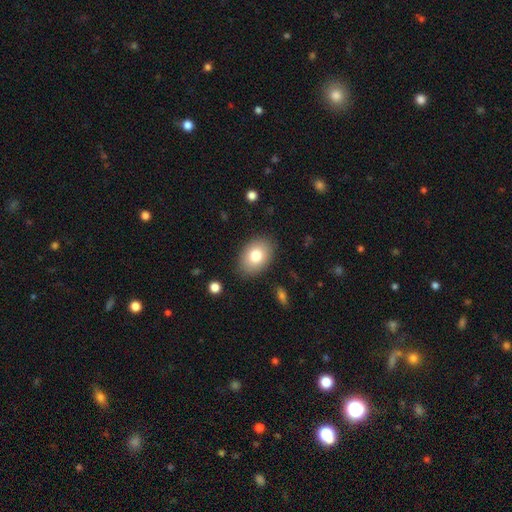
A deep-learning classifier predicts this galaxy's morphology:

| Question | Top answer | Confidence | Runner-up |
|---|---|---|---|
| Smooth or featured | smooth | 78% | featured or disk (14%) |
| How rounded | in between | 80% | round (19%) |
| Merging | none | 85% | minor disturbance (11%) |